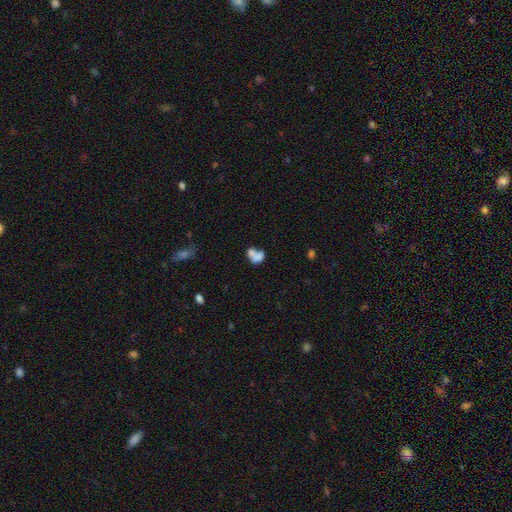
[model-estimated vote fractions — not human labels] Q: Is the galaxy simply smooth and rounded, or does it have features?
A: smooth — 65%.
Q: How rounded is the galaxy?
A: in between — 67%.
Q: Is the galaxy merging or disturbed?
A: merger — 59%.